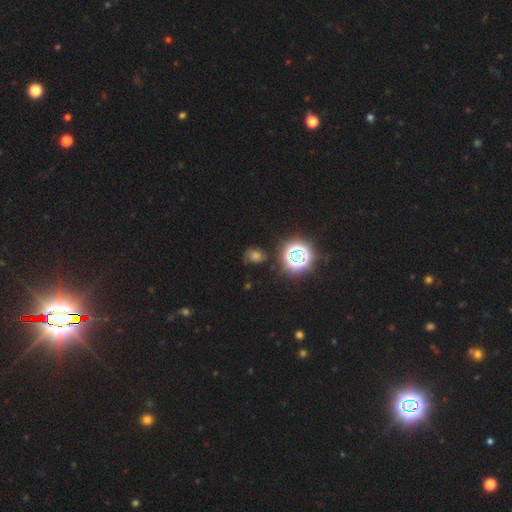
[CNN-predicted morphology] Smooth or featured: star or artifact — 46% (smooth — 40%)